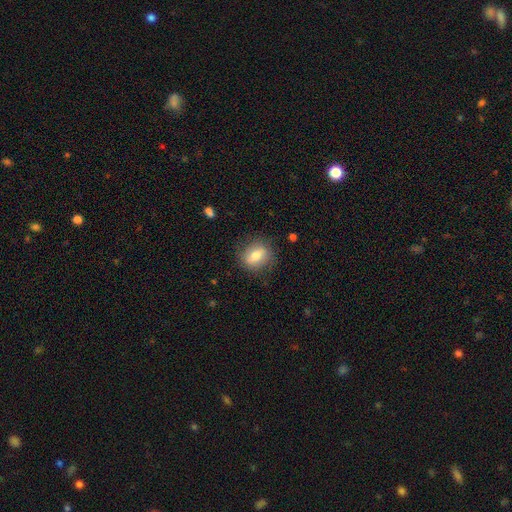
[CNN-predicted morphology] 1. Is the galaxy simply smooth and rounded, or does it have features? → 68% smooth, 24% featured or disk, 8% star or artifact.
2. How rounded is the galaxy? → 50% round, 48% in between, 2% cigar-shaped.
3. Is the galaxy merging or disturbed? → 81% none, 14% minor disturbance, 4% major disturbance, 1% merger.